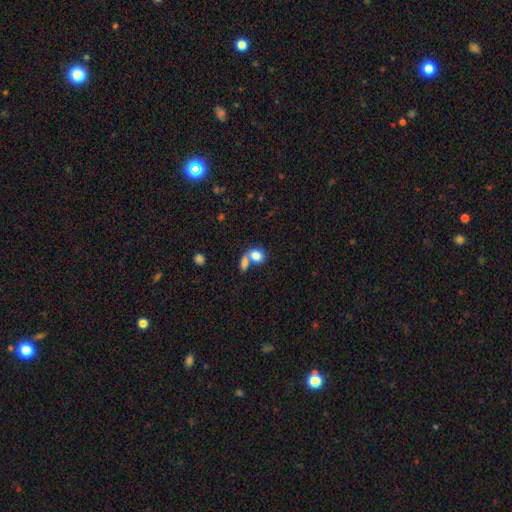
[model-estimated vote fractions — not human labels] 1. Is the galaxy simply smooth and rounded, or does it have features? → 80% smooth, 12% featured or disk, 8% star or artifact.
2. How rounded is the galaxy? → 61% in between, 38% round, 2% cigar-shaped.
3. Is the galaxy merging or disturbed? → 59% merger, 27% none, 8% minor disturbance, 6% major disturbance.